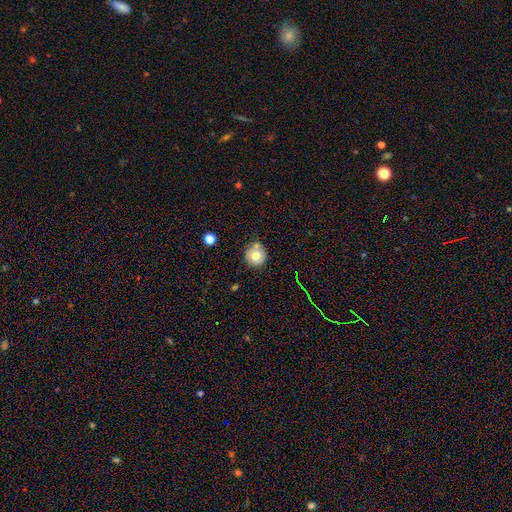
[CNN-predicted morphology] type=smooth (72%); roundness=round (92%); merging=none (69%).